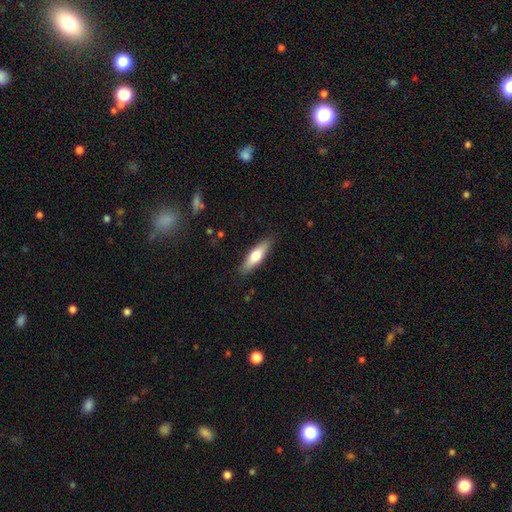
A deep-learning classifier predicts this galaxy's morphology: The model was most divided on "how rounded": cigar-shaped: 62%, in between: 36%, round: 2%. More confident: merging — none (87%); smooth or featured — smooth (64%).